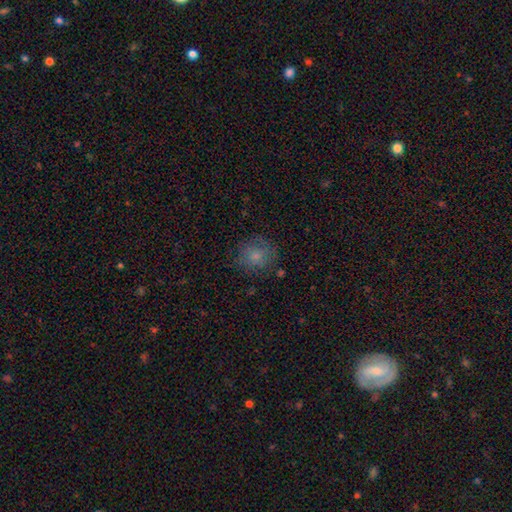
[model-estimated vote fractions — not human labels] Overall: smooth (77%). How rounded: round (82%). Merging: none (75%).